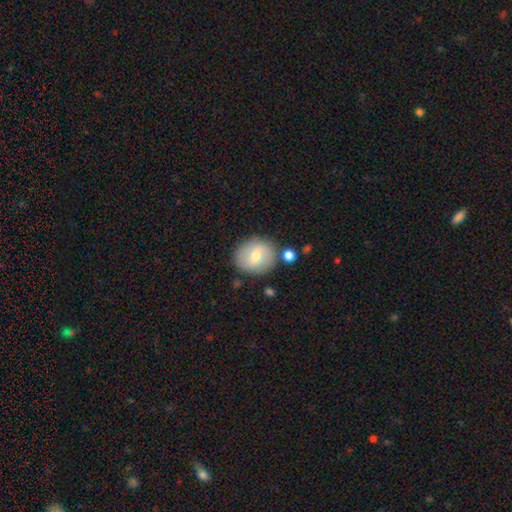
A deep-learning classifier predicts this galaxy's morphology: This appears to be a smooth galaxy with no disk features (63%) that is round (77%). Merging: none (79%).